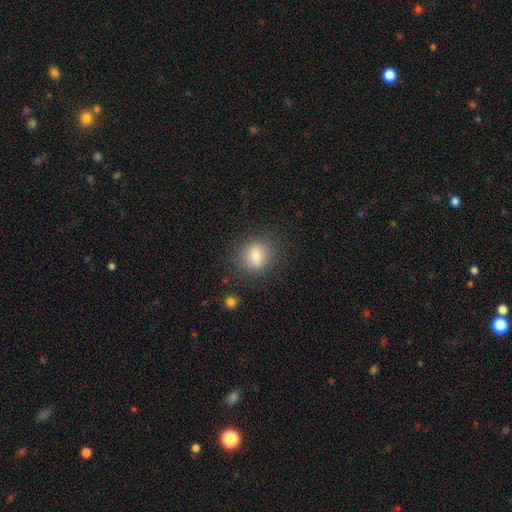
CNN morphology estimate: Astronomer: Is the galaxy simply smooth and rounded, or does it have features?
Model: smooth — 78%.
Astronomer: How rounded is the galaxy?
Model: round — 50% (runner-up: in between, 47%).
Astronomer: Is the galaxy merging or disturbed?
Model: none — 83%.